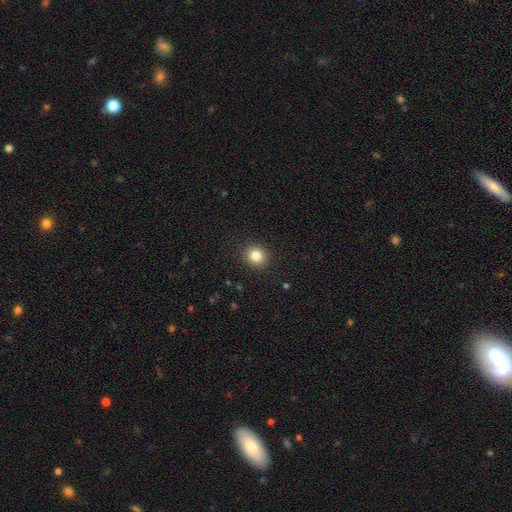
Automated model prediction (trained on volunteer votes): A smooth galaxy with no disk features (84%) that is round (78%).

Vote fractions:
- Smooth or featured? smooth: 84% / star or artifact: 11% / featured or disk: 6%
- How rounded? round: 78% / in between: 21% / cigar-shaped: 1%
- Merging? none: 91% / minor disturbance: 6% / major disturbance: 2% / merger: 1%